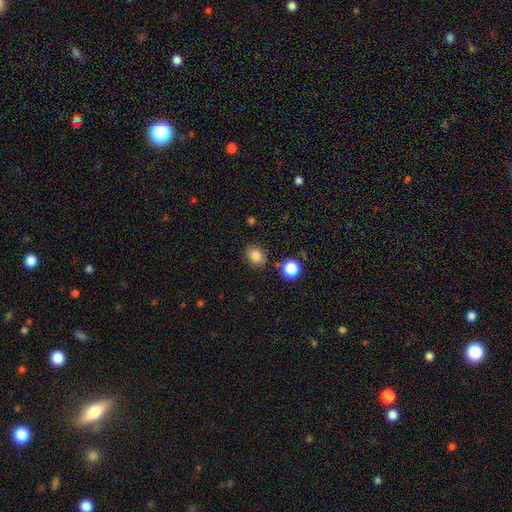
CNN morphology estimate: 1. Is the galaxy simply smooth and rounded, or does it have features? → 83% smooth, 11% star or artifact, 5% featured or disk.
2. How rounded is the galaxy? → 57% round, 42% in between, 1% cigar-shaped.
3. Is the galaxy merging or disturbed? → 83% none, 11% minor disturbance, 4% merger, 3% major disturbance.